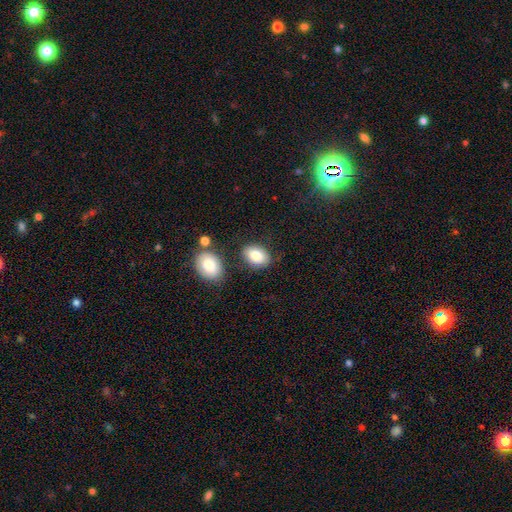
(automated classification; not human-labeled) Smooth or featured: smooth — 86% (star or artifact — 7%)
How rounded: in between — 84% (round — 15%)
Merging: none — 76% (minor disturbance — 13%)